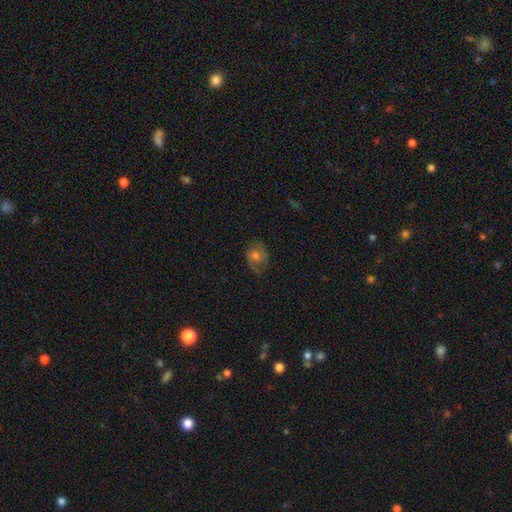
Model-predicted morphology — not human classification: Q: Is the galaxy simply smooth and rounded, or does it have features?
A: featured or disk — 49%.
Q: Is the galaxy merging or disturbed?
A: none — 62%.